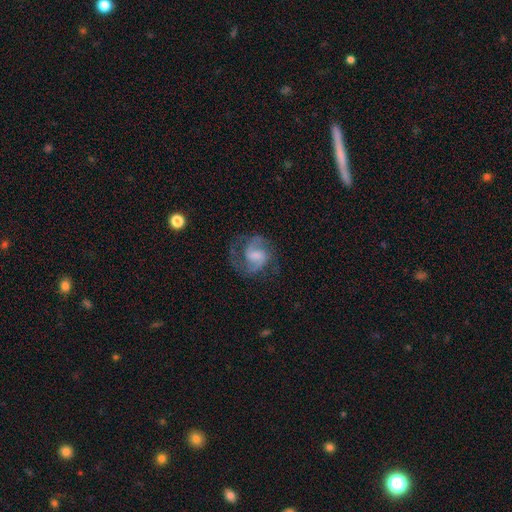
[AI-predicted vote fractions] Morphology: type=featured or disk (82%); edge-on=no (98%); bar=weak (50%); spiral arms=yes (96%); winding=medium (56%); arm count=2 (83%); bulge=moderate (29%); merging=none (66%).